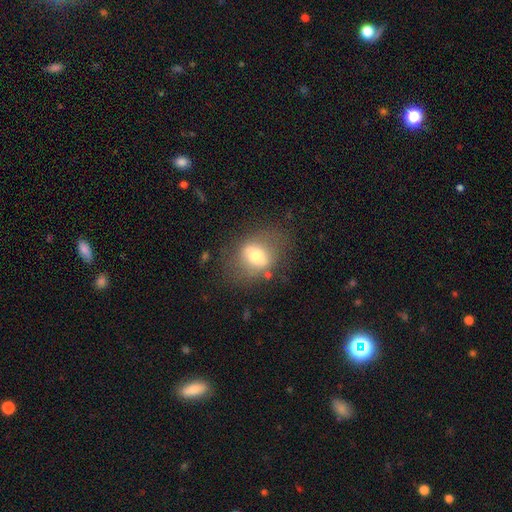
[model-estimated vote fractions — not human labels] Smooth or featured? smooth (60%)
How rounded? in between (54%)
Merging? none (67%)